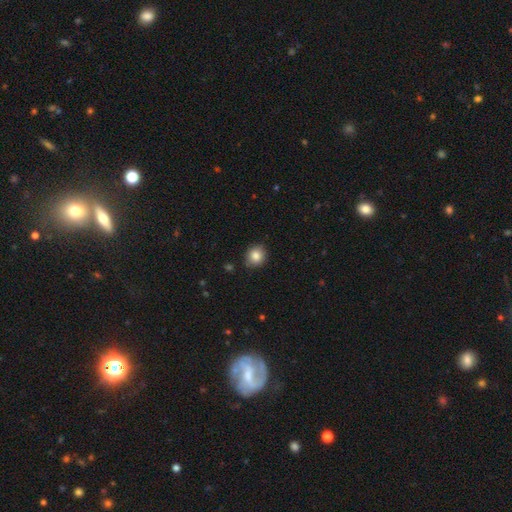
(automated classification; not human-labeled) A smooth galaxy with no disk features (85%) that is round (82%).

Vote fractions:
- Smooth or featured? smooth: 85% / star or artifact: 9% / featured or disk: 6%
- How rounded? round: 82% / in between: 17% / cigar-shaped: 1%
- Merging? none: 86% / minor disturbance: 11% / major disturbance: 2% / merger: 1%